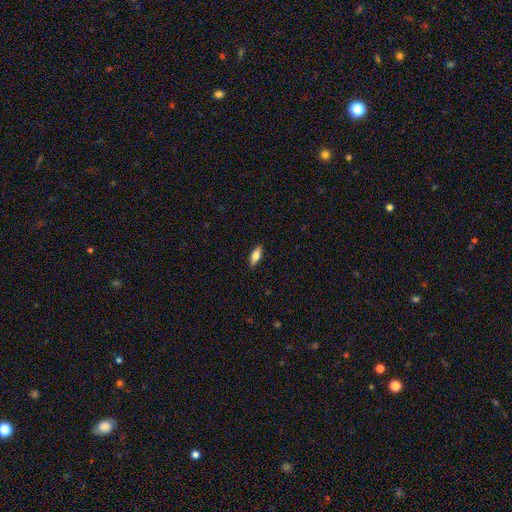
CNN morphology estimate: smooth 70%, featured or disk 23%, star or artifact 6%. Down the decision tree: how rounded — in between (69%); merging — none (89%).